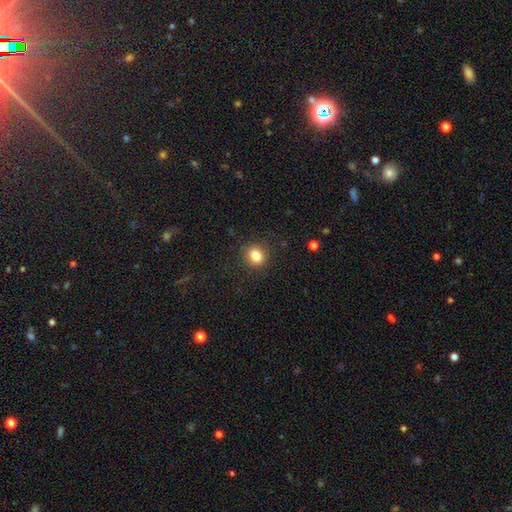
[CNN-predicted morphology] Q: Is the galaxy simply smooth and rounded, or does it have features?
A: smooth — 83%.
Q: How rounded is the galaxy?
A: round — 80%.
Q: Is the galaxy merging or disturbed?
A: none — 89%.